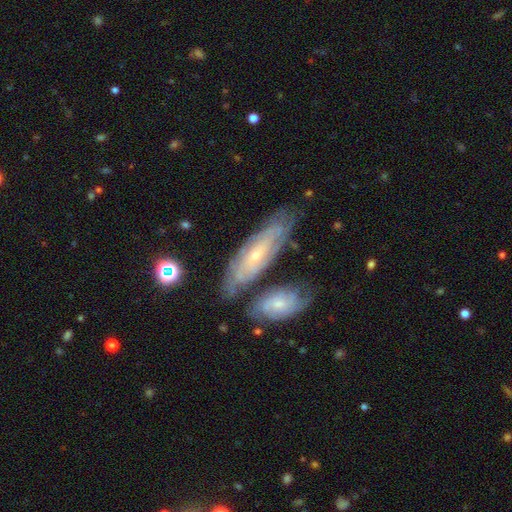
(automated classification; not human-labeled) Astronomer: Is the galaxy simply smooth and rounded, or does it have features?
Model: featured or disk — 72%.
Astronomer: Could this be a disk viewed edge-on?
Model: no — 80%.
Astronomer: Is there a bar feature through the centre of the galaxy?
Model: no — 68%.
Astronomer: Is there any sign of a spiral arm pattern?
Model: yes — 84%.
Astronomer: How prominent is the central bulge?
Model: small — 75%.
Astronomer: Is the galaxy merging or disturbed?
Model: none — 65%.